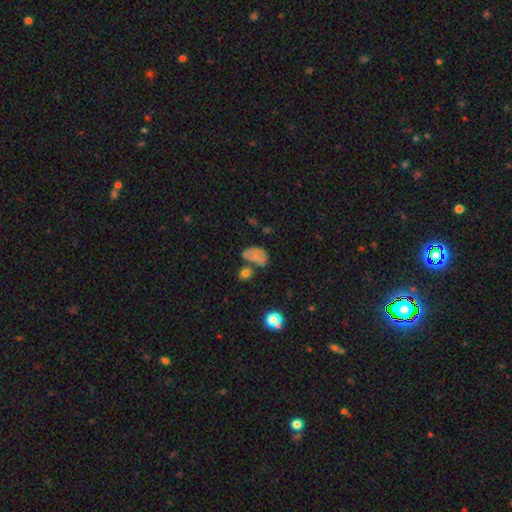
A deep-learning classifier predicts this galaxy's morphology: A smooth galaxy with no disk features (56%) that is in between round and cigar-shaped (77%).

Vote fractions:
- Smooth or featured? smooth: 56% / featured or disk: 28% / star or artifact: 17%
- How rounded? in between: 77% / round: 22% / cigar-shaped: 2%
- Merging? none: 35% / minor disturbance: 23% / merger: 23% / major disturbance: 20%